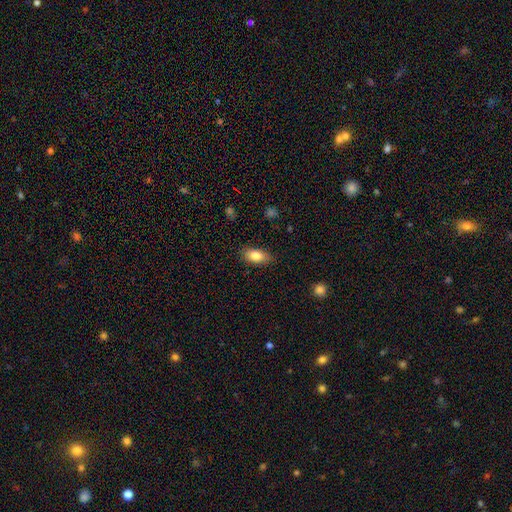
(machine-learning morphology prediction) This is clearly a smooth galaxy (82%). How rounded: clearly in between (87%). Merging: clearly none (83%).